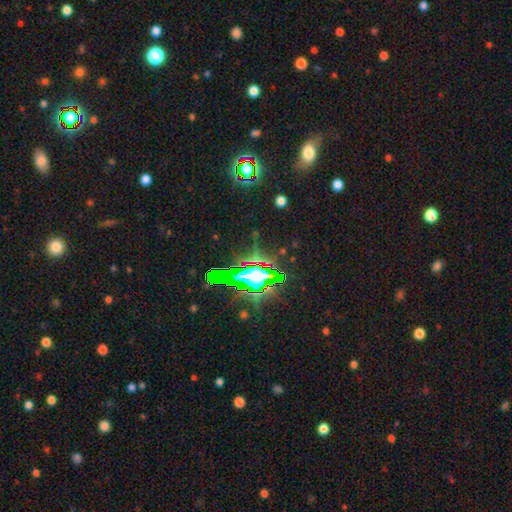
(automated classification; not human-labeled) Q: Smooth or featured?
A: star or artifact (78%); runner-up: smooth (12%)